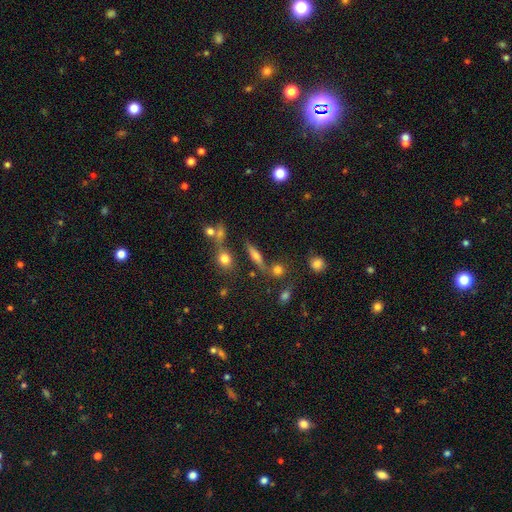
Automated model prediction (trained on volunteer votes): The model was most divided on "smooth or featured": smooth: 47%, featured or disk: 38%, star or artifact: 15%. More confident: merging — none (69%).